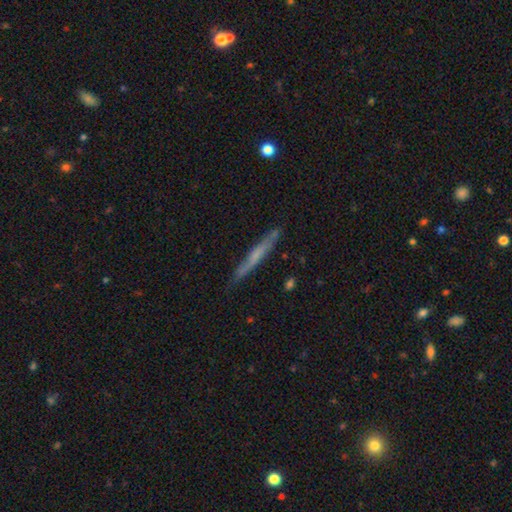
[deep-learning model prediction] This appears to be a featured or disk galaxy (48%). Merging: none (83%).